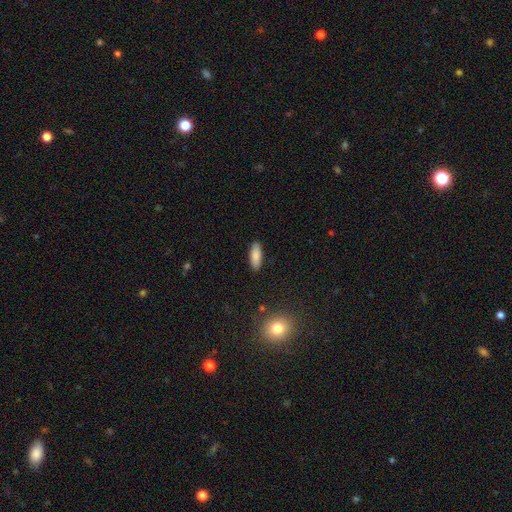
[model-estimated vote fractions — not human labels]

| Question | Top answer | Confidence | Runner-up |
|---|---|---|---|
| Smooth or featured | smooth | 86% | featured or disk (7%) |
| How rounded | in between | 72% | cigar-shaped (26%) |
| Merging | none | 89% | minor disturbance (8%) |